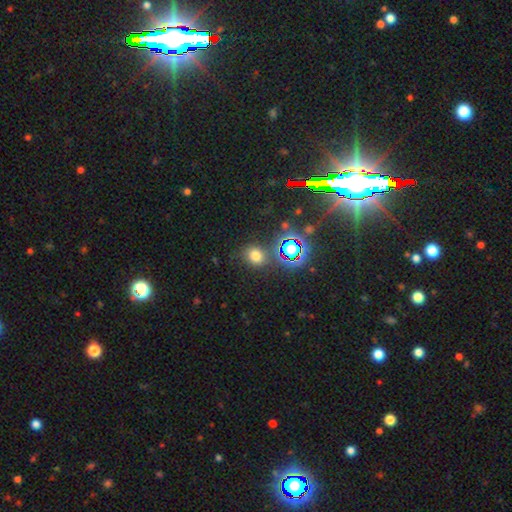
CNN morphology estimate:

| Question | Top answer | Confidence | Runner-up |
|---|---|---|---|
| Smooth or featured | smooth | 67% | star or artifact (25%) |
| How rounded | round | 63% | in between (36%) |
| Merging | none | 79% | minor disturbance (12%) |